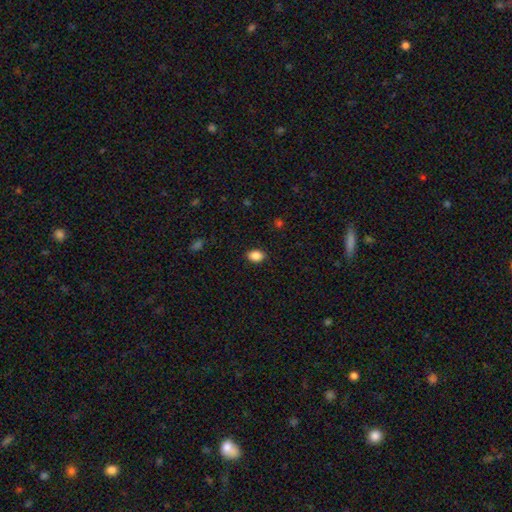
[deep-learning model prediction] This appears to be a smooth galaxy with no disk features (88%) that is in between round and cigar-shaped (80%). Merging: none (88%).